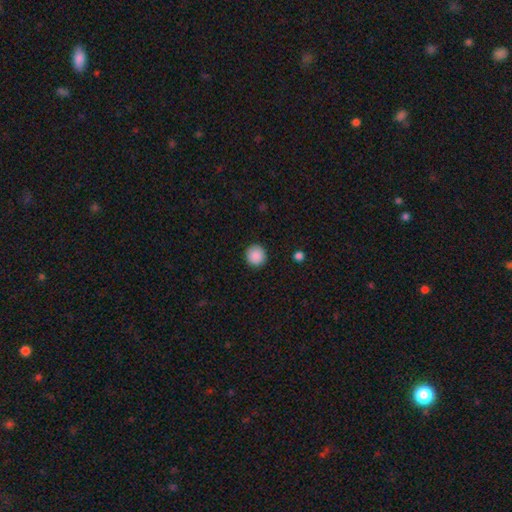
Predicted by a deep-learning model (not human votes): Q: Smooth or featured?
A: smooth (89%); runner-up: star or artifact (8%)
Q: How rounded?
A: round (94%); runner-up: in between (5%)
Q: Merging?
A: none (92%); runner-up: minor disturbance (5%)